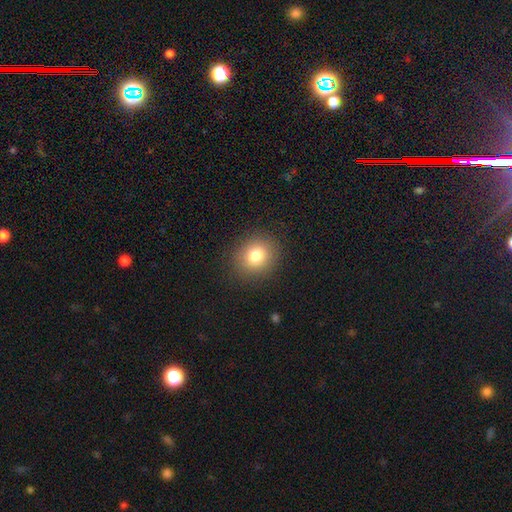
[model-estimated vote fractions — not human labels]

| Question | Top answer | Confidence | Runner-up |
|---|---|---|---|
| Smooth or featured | smooth | 80% | star or artifact (11%) |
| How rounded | round | 72% | in between (27%) |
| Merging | none | 89% | minor disturbance (7%) |